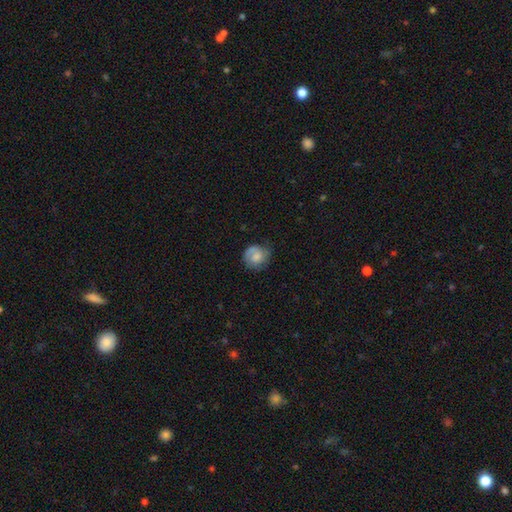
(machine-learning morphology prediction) smooth_or_featured: smooth (p=0.58) [alt: featured or disk p=0.34]
how_rounded: round (p=0.79) [alt: in between p=0.20]
merging: none (p=0.61) [alt: minor disturbance p=0.26]